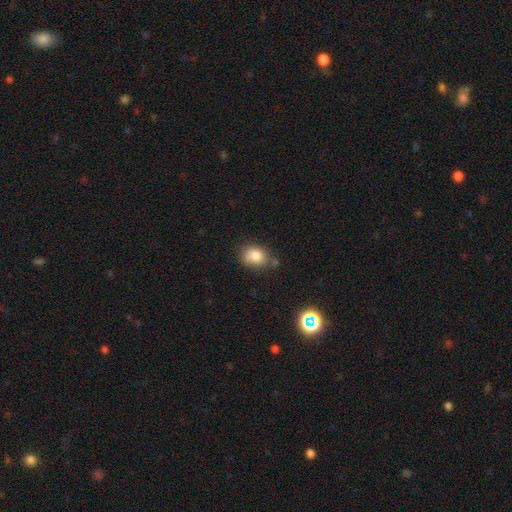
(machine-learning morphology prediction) smooth-or-featured: smooth: 81% | star or artifact: 10% | featured or disk: 9%
  how-rounded: in between: 53% | round: 46% | cigar-shaped: 1%
  merging: none: 57% | minor disturbance: 28% | merger: 8% | major disturbance: 7%